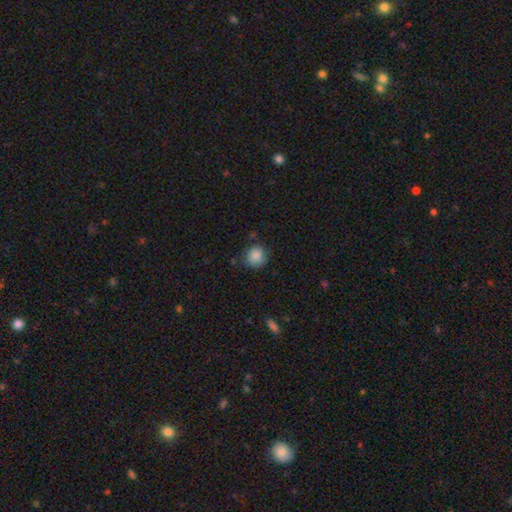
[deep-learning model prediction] smooth_or_featured: smooth (p=0.87) [alt: star or artifact p=0.09]
how_rounded: round (p=0.89) [alt: in between p=0.10]
merging: none (p=0.79) [alt: minor disturbance p=0.15]